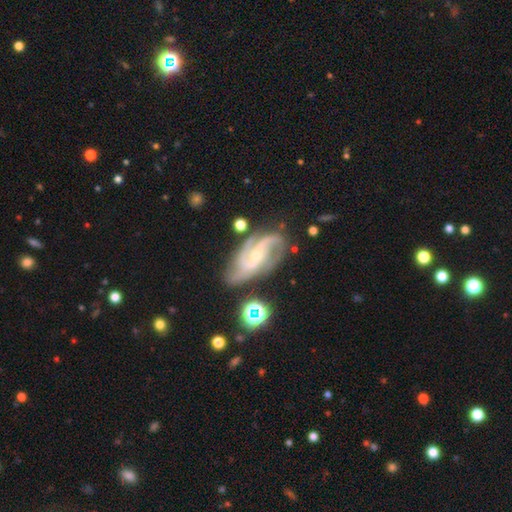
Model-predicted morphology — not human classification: type=featured or disk (88%); edge-on=no (96%); bar=no (44%); spiral arms=yes (98%); winding=medium (52%); arm count=2 (39%); bulge=small (66%); merging=none (64%).